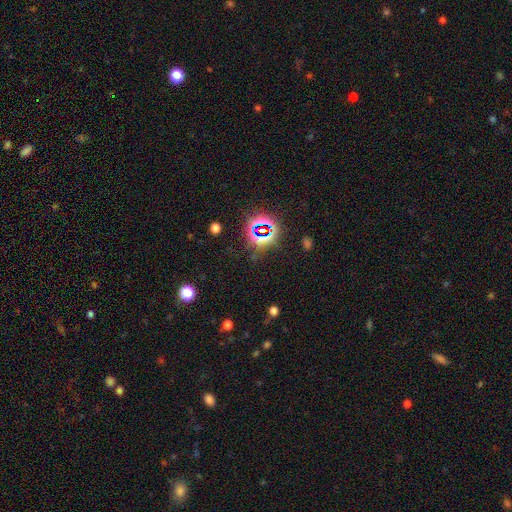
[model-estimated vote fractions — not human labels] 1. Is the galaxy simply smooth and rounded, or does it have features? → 78% star or artifact, 14% smooth, 8% featured or disk.